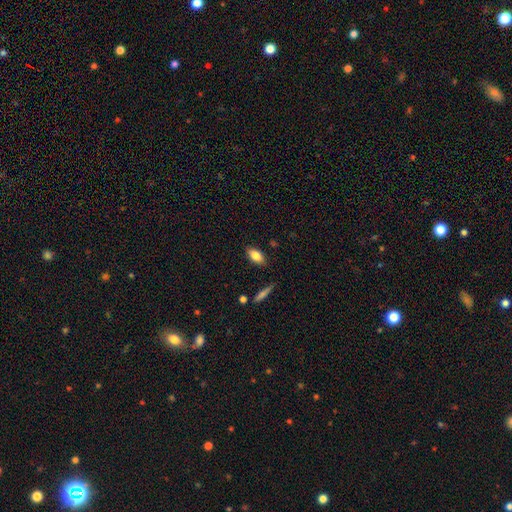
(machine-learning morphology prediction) Q: Smooth or featured?
A: smooth (82%); runner-up: featured or disk (10%)
Q: How rounded?
A: in between (88%); runner-up: cigar-shaped (9%)
Q: Merging?
A: none (84%); runner-up: minor disturbance (11%)